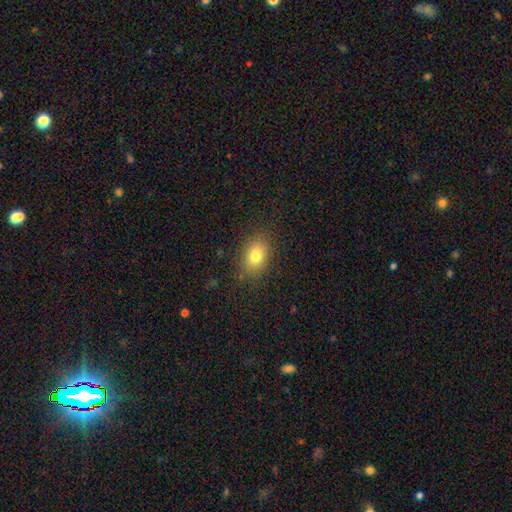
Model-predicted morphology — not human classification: type=smooth (79%); roundness=in between (77%); merging=none (83%).